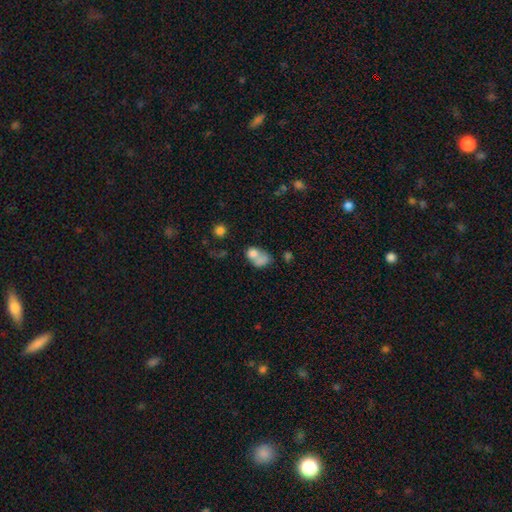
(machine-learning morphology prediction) smooth 69%, featured or disk 20%, star or artifact 11%. Down the decision tree: how rounded — in between (62%); merging — merger (58%).